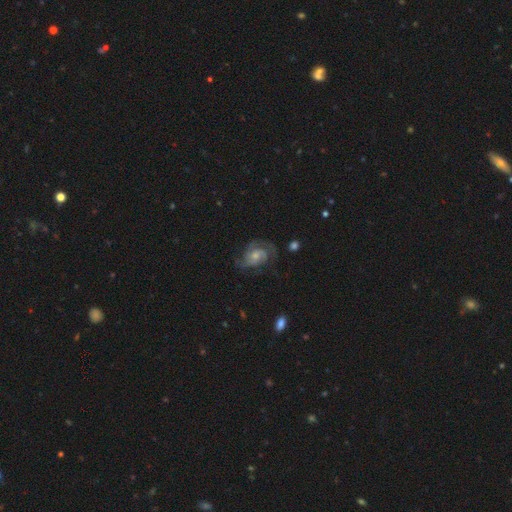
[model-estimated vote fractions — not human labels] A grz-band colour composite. It shows a featured or disk galaxy (82%) with no bar (65%), 2 (38%) medium (51%) spiral arms (96%) and a small central bulge (44%). Merging: none (63%).